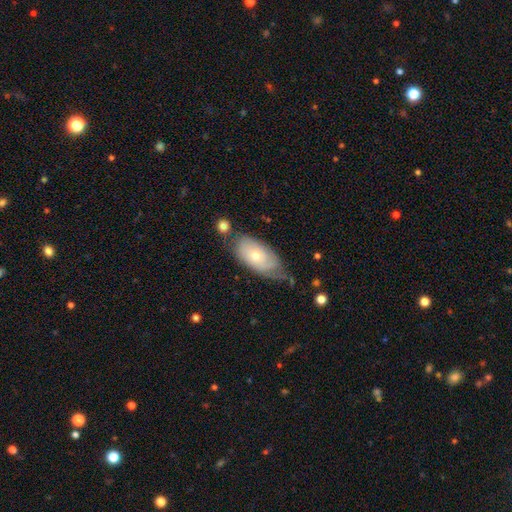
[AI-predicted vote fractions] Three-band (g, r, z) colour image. It shows a smooth galaxy with no disk features (50%) that is in between round and cigar-shaped (89%). Merging: none (51%).